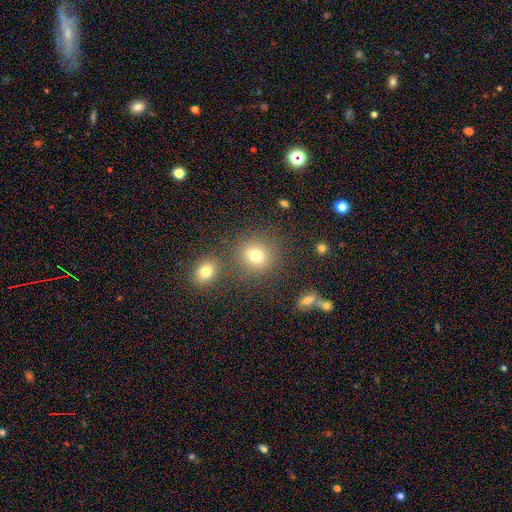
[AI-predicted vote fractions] smooth-or-featured: smooth: 77% | star or artifact: 16% | featured or disk: 8%
  how-rounded: round: 82% | in between: 16% | cigar-shaped: 1%
  merging: none: 77% | merger: 11% | minor disturbance: 9% | major disturbance: 4%